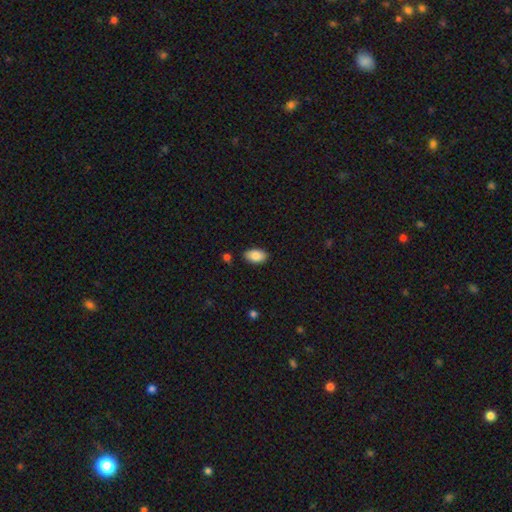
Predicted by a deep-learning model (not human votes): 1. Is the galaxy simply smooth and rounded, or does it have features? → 88% smooth, 7% star or artifact, 5% featured or disk.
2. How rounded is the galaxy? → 93% in between, 6% round, 1% cigar-shaped.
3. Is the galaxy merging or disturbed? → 85% none, 10% minor disturbance, 2% major disturbance, 2% merger.